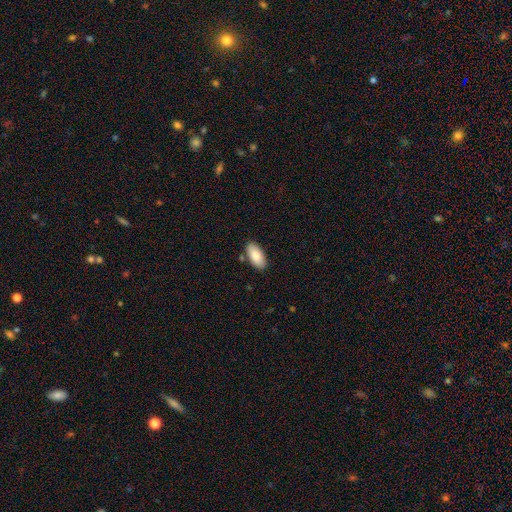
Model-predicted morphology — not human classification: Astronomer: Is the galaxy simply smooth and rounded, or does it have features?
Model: smooth — 84%.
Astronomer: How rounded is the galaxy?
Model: in between — 94%.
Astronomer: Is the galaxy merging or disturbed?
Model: none — 84%.